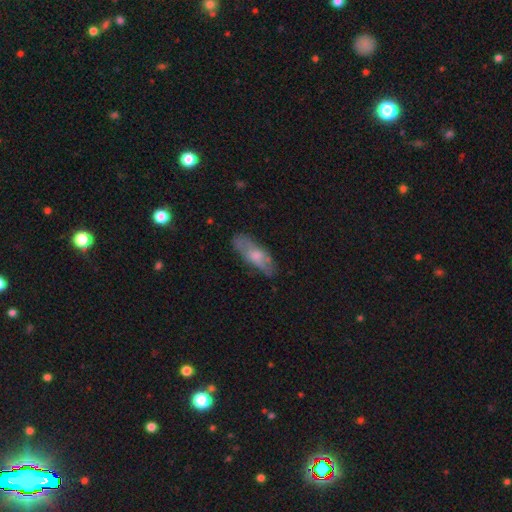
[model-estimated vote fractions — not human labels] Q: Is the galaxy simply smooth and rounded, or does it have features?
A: smooth — 52%.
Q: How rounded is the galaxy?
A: in between — 65%.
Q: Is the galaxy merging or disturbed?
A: none — 66%.